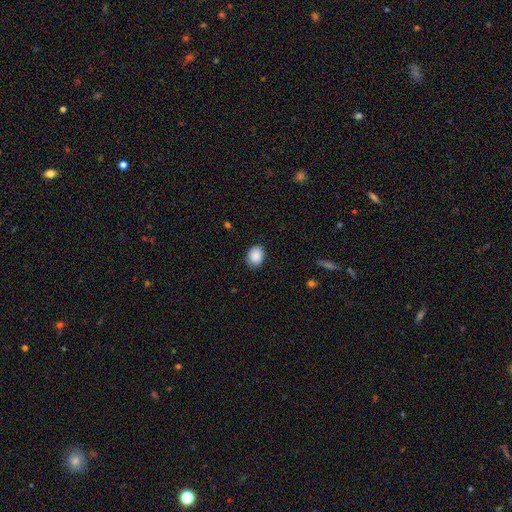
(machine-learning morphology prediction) type=smooth (90%); roundness=in between (59%); merging=none (86%).